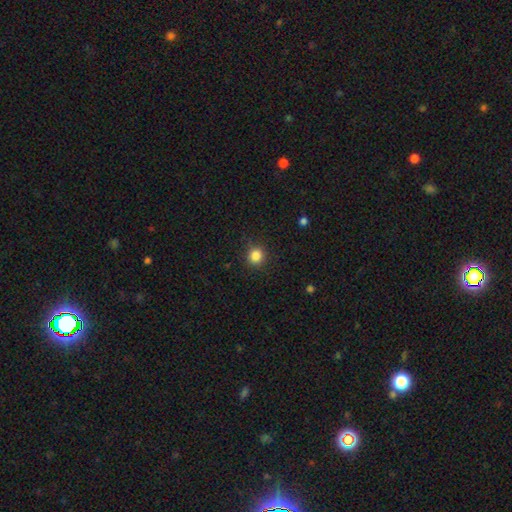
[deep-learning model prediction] Smooth or featured: smooth — 84% (star or artifact — 12%)
How rounded: round — 91% (in between — 8%)
Merging: none — 88% (minor disturbance — 9%)